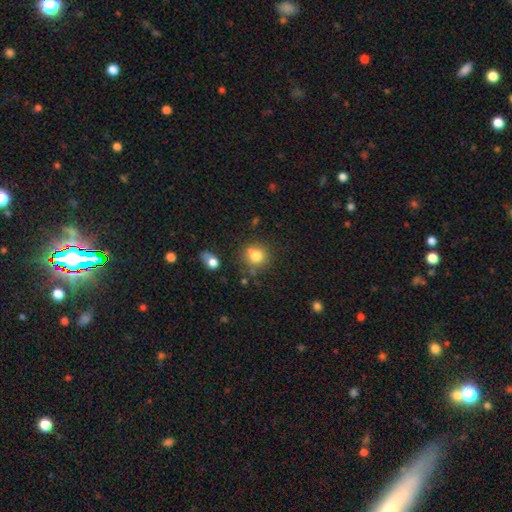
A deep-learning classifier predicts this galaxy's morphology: A smooth galaxy with no disk features (80%) that is round (86%). Merging: none (68%).